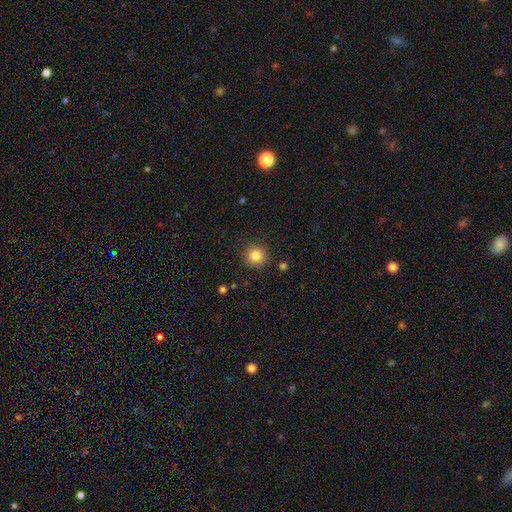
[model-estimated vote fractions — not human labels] This appears to be a smooth galaxy with no disk features (84%) that is round (94%). Merging: none (89%).